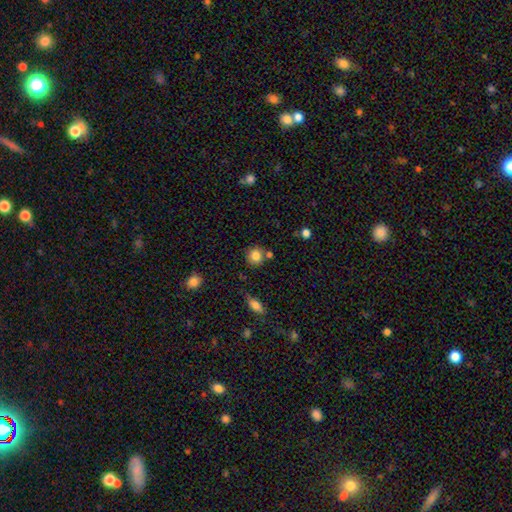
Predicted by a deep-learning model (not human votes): This appears to be a smooth galaxy with no disk features (83%) that is round (87%). Merging: none (73%).